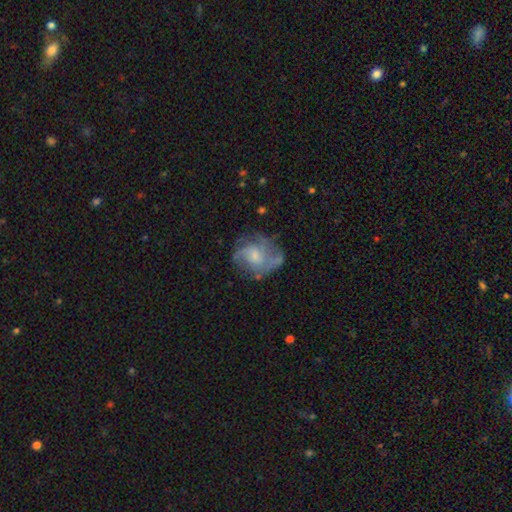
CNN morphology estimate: featured or disk 69%, smooth 22%, star or artifact 8%. Down the decision tree: edge-on disk — no (98%); bar — no (69%); spiral arms — yes (81%); spiral arm count — can't tell (31%); spiral winding — medium (46%); bulge size — small (53%); merging — none (57%).